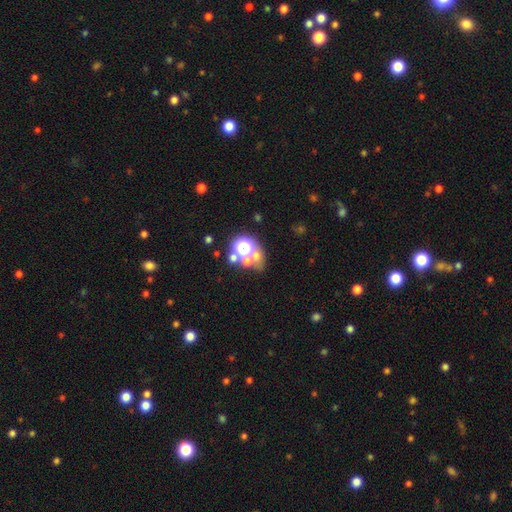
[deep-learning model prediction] Smooth or featured: smooth — 47% (star or artifact — 37%)
Merging: none — 48% (merger — 34%)